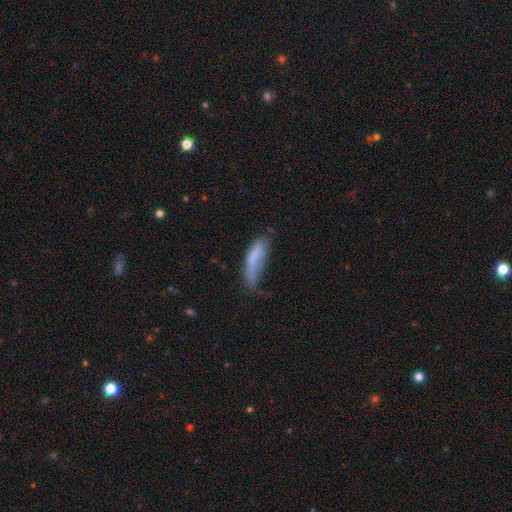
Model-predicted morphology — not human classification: A smooth galaxy with no disk features (64%) that is cigar-shaped (63%). Merging: none (35%, tied with minor disturbance).